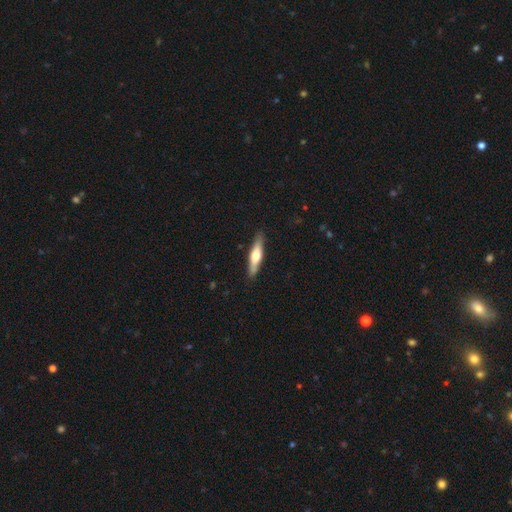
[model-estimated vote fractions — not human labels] A smooth galaxy with no disk features (49%). Merging: none (87%).